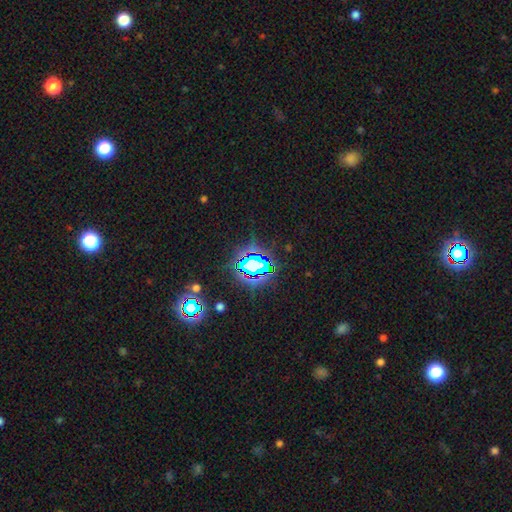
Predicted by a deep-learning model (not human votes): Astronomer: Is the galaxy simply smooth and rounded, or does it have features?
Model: star or artifact — 79%.